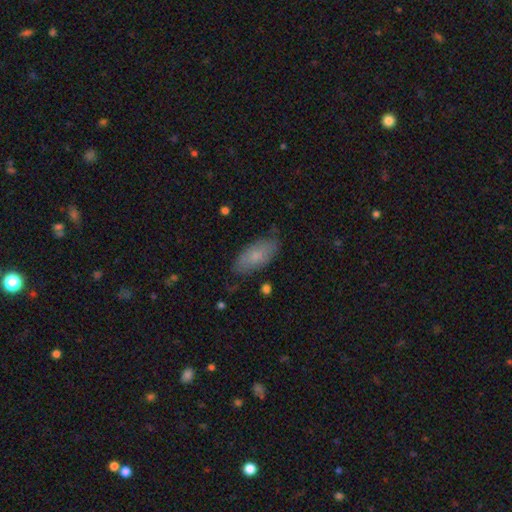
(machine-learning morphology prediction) A smooth galaxy with no disk features (73%) that is in between round and cigar-shaped (87%). Merging: none (78%).